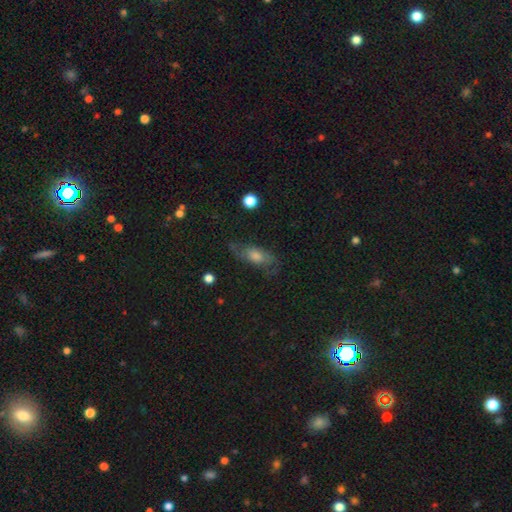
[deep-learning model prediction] This is possibly a featured or disk galaxy (49%). Merging: likely none (66%).